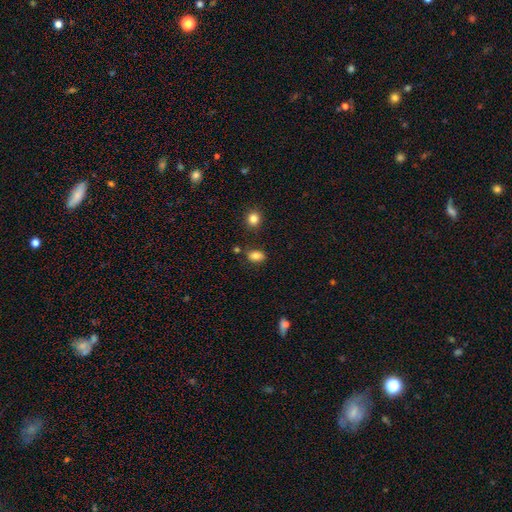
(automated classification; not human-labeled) Q: Smooth or featured?
A: smooth (83%); runner-up: star or artifact (10%)
Q: How rounded?
A: in between (81%); runner-up: round (17%)
Q: Merging?
A: none (79%); runner-up: minor disturbance (12%)